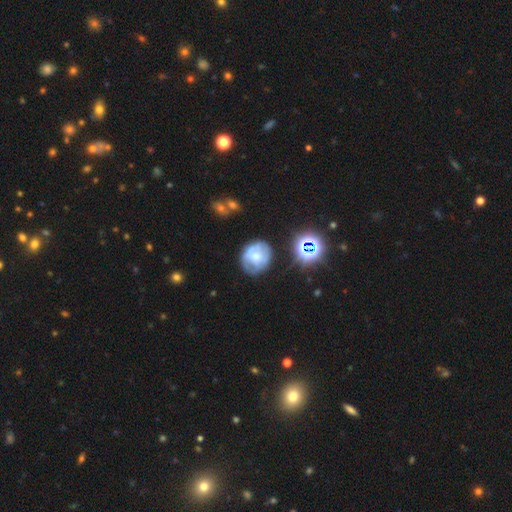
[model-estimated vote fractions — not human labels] The model was most divided on "spiral arms": no: 51%, yes: 49%. More confident: edge-on disk — no (97%); bar — no (76%); merging — none (60%); bulge size — moderate (53%); smooth or featured — featured or disk (52%).